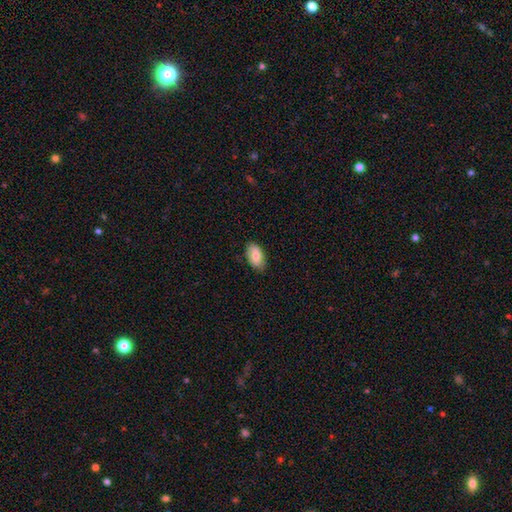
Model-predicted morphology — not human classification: Overall: smooth (79%). How rounded: in between (94%). Merging: none (83%).